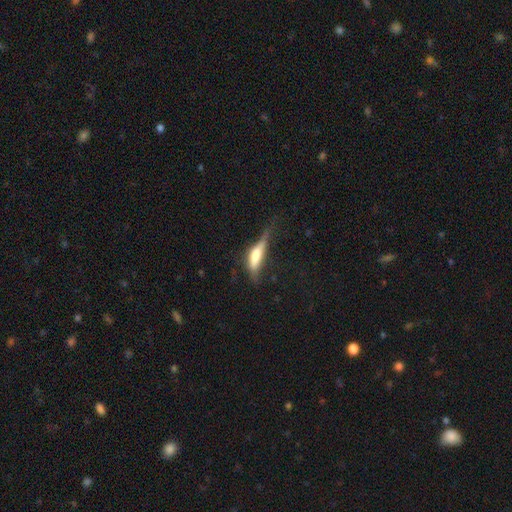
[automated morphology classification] Smooth or featured? smooth (59%)
How rounded? cigar-shaped (58%)
Merging? minor disturbance (35%)